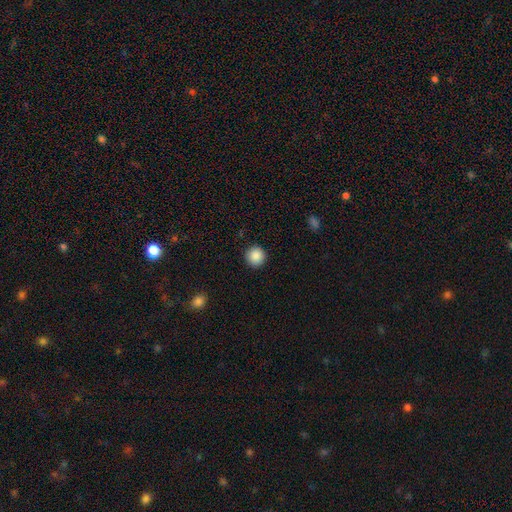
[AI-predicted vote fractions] Smooth or featured?
  - smooth: 88% *
  - star or artifact: 9%
  - featured or disk: 3%
How rounded?
  - round: 95% *
  - in between: 4%
  - cigar-shaped: 1%
Merging?
  - none: 92% *
  - minor disturbance: 5%
  - major disturbance: 2%
  - merger: 1%